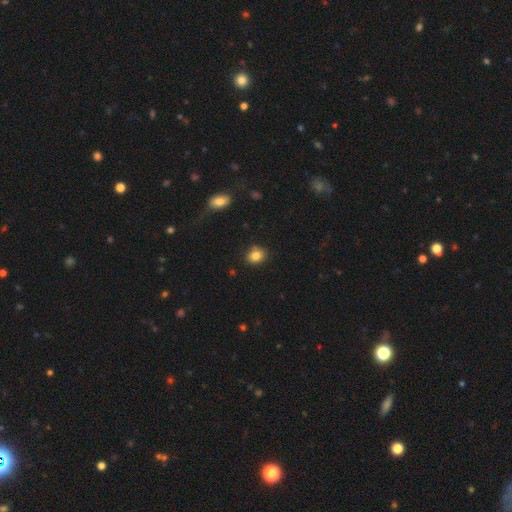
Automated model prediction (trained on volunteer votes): Q: Smooth or featured?
A: smooth (83%); runner-up: star or artifact (11%)
Q: How rounded?
A: round (61%); runner-up: in between (38%)
Q: Merging?
A: none (81%); runner-up: minor disturbance (14%)